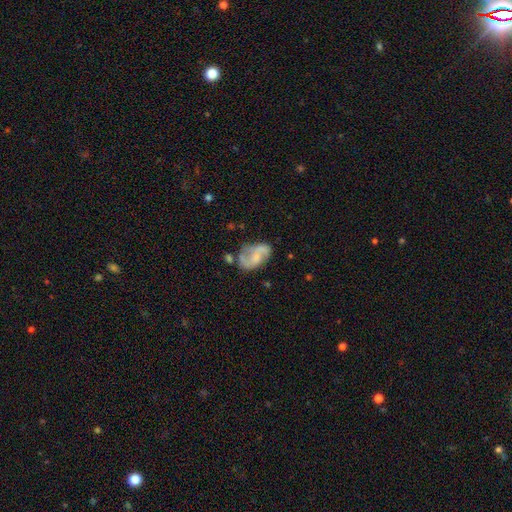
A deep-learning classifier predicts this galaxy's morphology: smooth-or-featured: featured or disk: 68% | smooth: 24% | star or artifact: 7%
  disk-edge-on: no: 97% | yes: 3%
    bar: no: 54% | weak: 36% | strong: 9%
    has-spiral-arms: yes: 84% | no: 16%
      spiral-winding: loose: 47% | medium: 40% | tight: 14%
      spiral-arm-count: 2: 83% | can't tell: 9% | 1: 4% | 3: 3% | 4: 1% | more than 4: 1%
    bulge-size: small: 35% | none: 30% | moderate: 29% | large: 5% | dominant: 1%
  merging: none: 49% | minor disturbance: 25% | major disturbance: 15% | merger: 11%